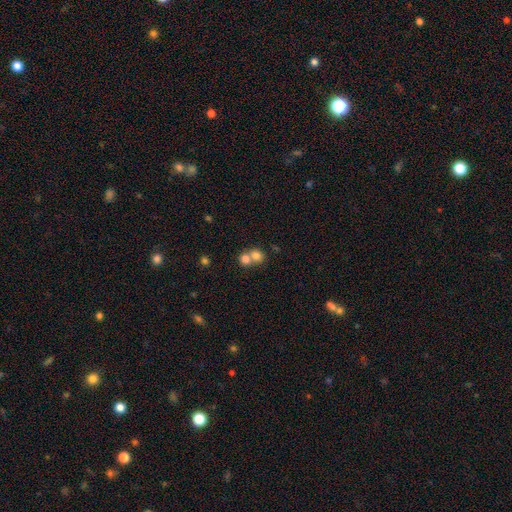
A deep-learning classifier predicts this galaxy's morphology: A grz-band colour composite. It shows a smooth galaxy with no disk features (77%) that is round (74%). Merging: merger (62%).